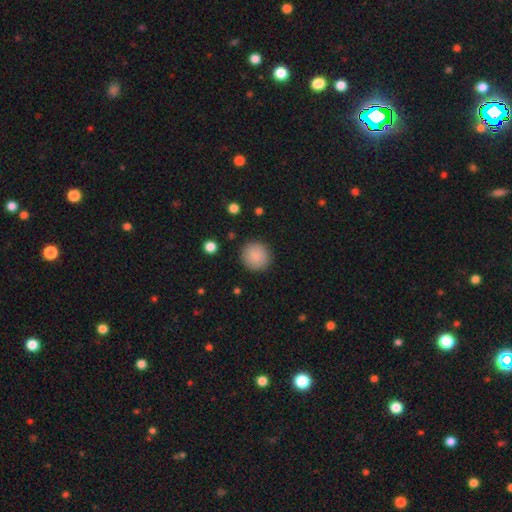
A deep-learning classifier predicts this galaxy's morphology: smooth-or-featured: smooth: 88% | star or artifact: 8% | featured or disk: 4%
  how-rounded: round: 93% | in between: 6% | cigar-shaped: 1%
  merging: none: 90% | minor disturbance: 7% | major disturbance: 2% | merger: 1%